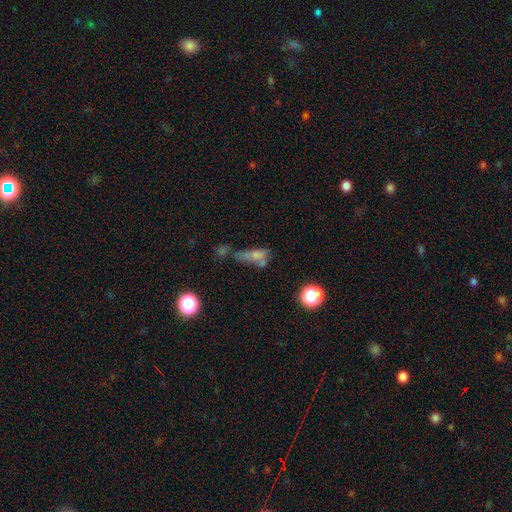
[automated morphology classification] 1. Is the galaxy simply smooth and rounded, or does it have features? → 54% smooth, 27% featured or disk, 19% star or artifact.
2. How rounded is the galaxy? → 58% in between, 30% cigar-shaped, 12% round.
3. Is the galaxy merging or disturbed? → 33% merger, 27% none, 23% major disturbance, 17% minor disturbance.